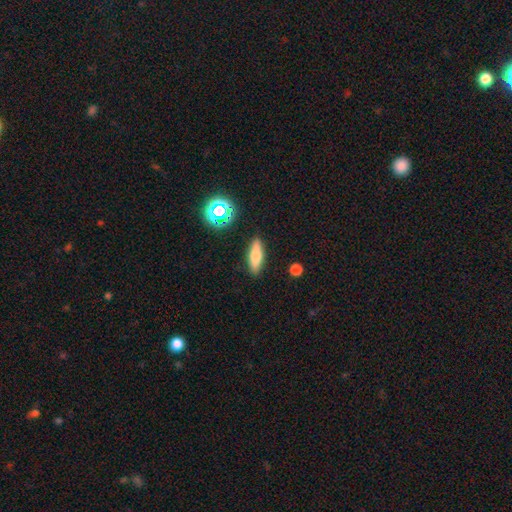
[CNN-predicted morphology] Q: Smooth or featured?
A: smooth (67%); runner-up: featured or disk (23%)
Q: How rounded?
A: cigar-shaped (51%); runner-up: in between (46%)
Q: Merging?
A: none (88%); runner-up: minor disturbance (8%)